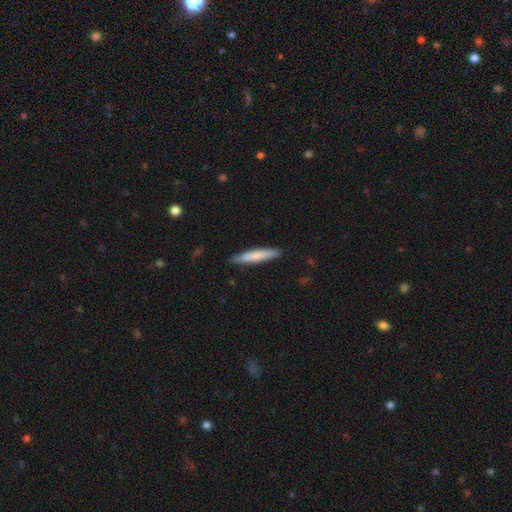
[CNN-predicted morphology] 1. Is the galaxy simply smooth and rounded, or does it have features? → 74% smooth, 20% featured or disk, 5% star or artifact.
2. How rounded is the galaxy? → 91% cigar-shaped, 8% in between, 1% round.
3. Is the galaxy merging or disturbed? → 87% none, 10% minor disturbance, 2% major disturbance, 1% merger.